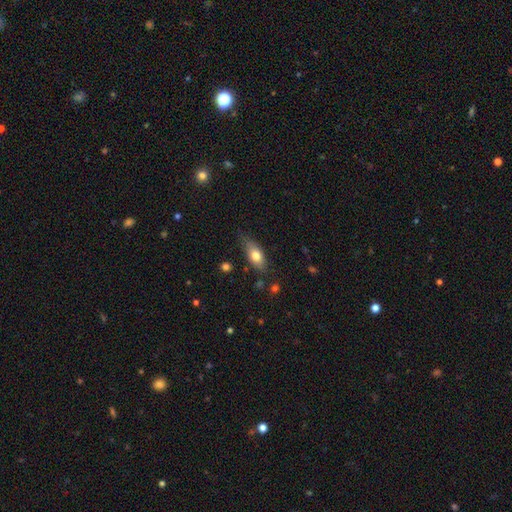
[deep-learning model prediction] This appears to be a smooth galaxy with no disk features (74%) that is in between round and cigar-shaped (82%). Merging: none (66%).